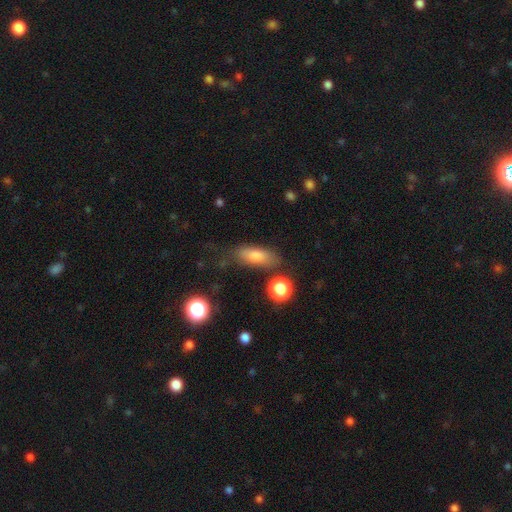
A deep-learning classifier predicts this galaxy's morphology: type=smooth (75%); roundness=in between (65%); merging=none (73%).